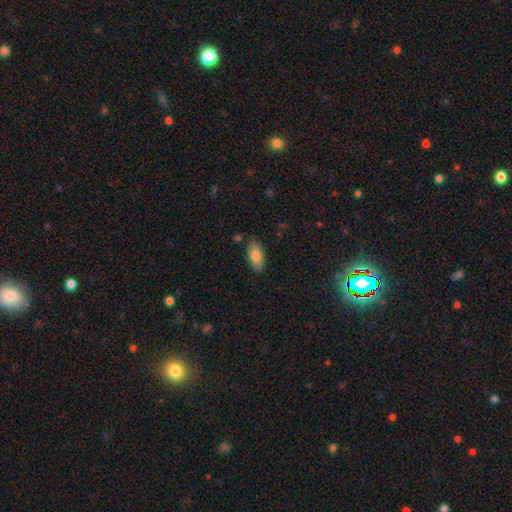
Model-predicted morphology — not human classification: Smooth or featured: smooth — 81% (featured or disk — 12%)
How rounded: in between — 90% (cigar-shaped — 7%)
Merging: none — 84% (minor disturbance — 11%)